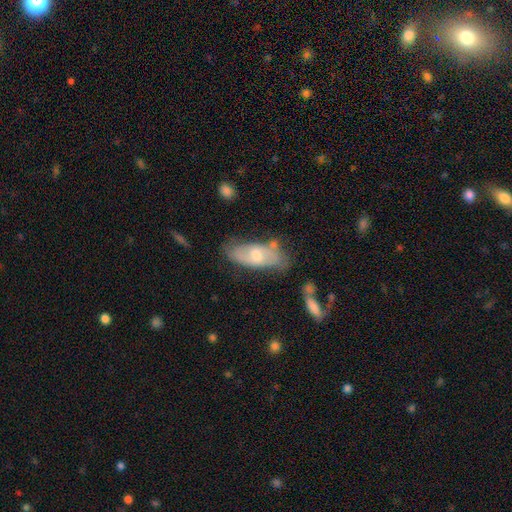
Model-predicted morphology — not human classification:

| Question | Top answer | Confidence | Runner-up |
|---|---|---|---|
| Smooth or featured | featured or disk | 50% | smooth (42%) |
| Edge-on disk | no | 79% | yes (21%) |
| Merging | none | 63% | minor disturbance (23%) |